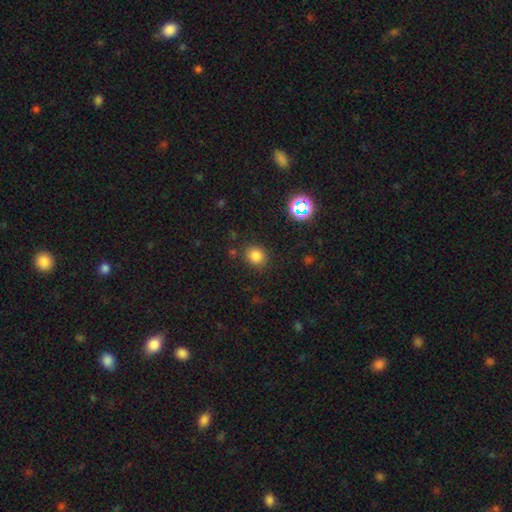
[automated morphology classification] smooth 80%, star or artifact 15%, featured or disk 5%. Down the decision tree: how rounded — round (76%); merging — none (85%).